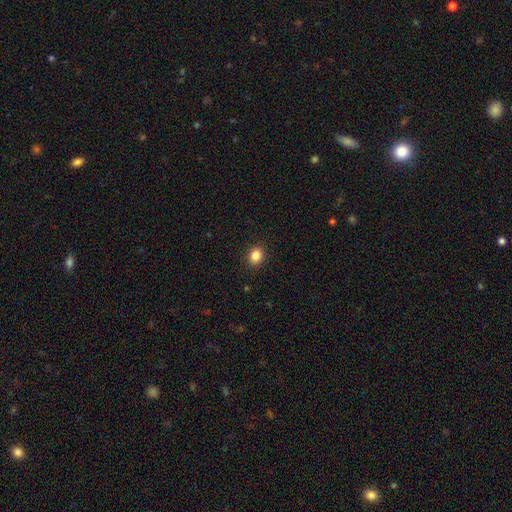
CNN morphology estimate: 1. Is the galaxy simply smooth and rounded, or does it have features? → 85% smooth, 11% star or artifact, 4% featured or disk.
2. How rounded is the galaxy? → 66% round, 33% in between, 1% cigar-shaped.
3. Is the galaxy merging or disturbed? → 91% none, 6% minor disturbance, 2% major disturbance, 1% merger.